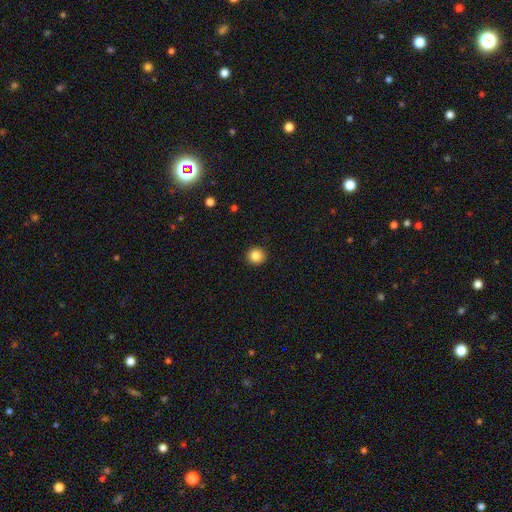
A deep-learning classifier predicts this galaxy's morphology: A smooth galaxy with no disk features (85%) that is round (94%).

Vote fractions:
- Smooth or featured? smooth: 85% / star or artifact: 10% / featured or disk: 4%
- How rounded? round: 94% / in between: 5% / cigar-shaped: 1%
- Merging? none: 92% / minor disturbance: 5% / major disturbance: 2% / merger: 1%